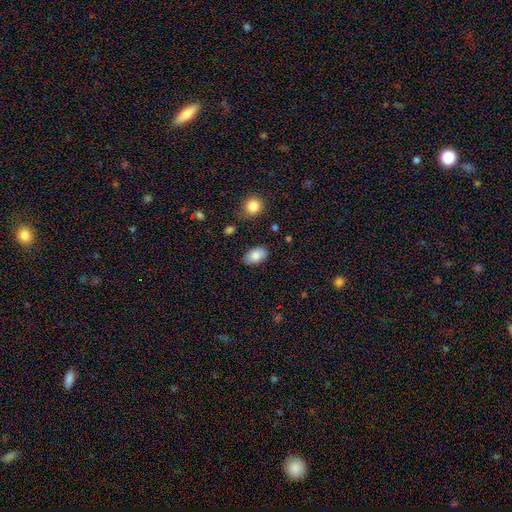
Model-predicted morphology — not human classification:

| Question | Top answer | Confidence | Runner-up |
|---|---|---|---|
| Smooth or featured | smooth | 83% | featured or disk (10%) |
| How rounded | in between | 92% | round (7%) |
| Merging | none | 83% | minor disturbance (12%) |